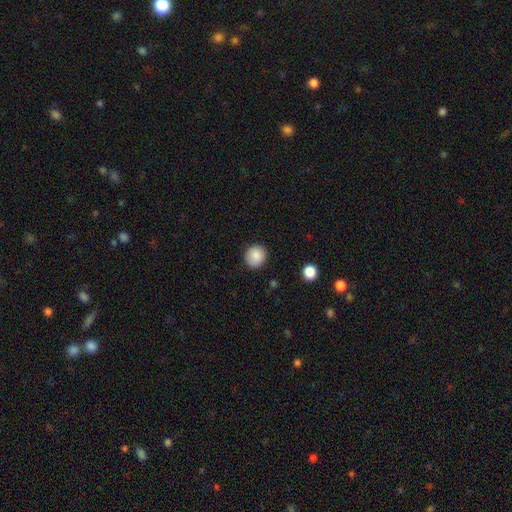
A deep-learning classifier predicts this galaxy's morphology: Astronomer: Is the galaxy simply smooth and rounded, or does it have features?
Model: smooth — 87%.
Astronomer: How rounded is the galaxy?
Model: round — 87%.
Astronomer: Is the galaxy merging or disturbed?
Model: none — 89%.